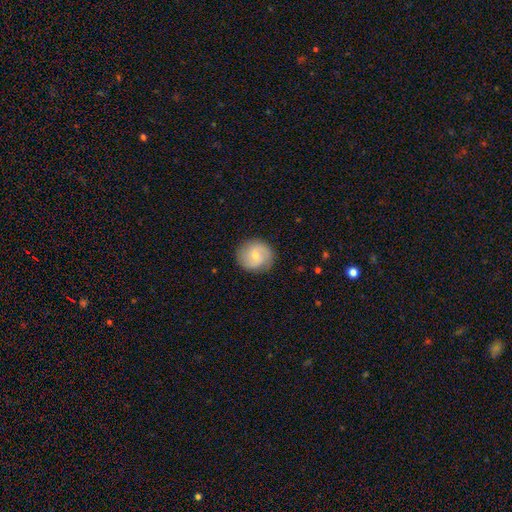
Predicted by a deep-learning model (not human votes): smooth-or-featured: smooth: 47% | featured or disk: 46% | star or artifact: 7%
  merging: none: 86% | minor disturbance: 10% | major disturbance: 3% | merger: 1%